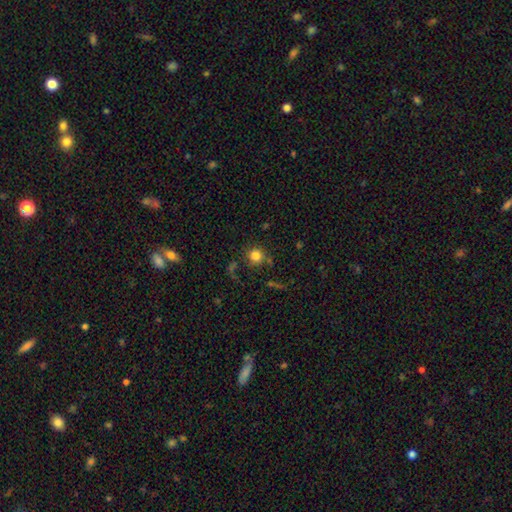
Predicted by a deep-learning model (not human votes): smooth-or-featured: smooth: 82% | star or artifact: 12% | featured or disk: 6%
  how-rounded: round: 93% | in between: 6% | cigar-shaped: 1%
  merging: none: 81% | minor disturbance: 10% | merger: 5% | major disturbance: 5%